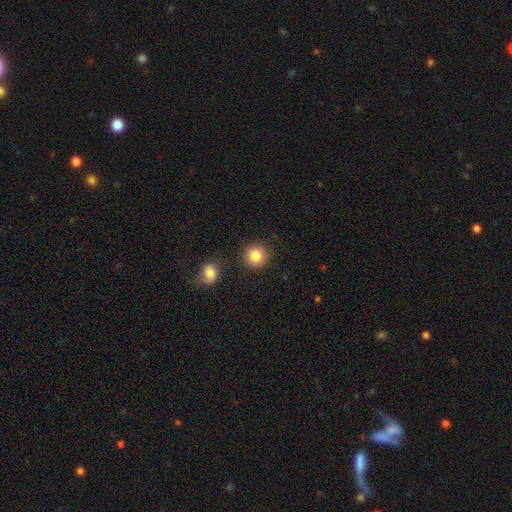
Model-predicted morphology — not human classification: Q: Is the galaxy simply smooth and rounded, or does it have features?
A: smooth — 85%.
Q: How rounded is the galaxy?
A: round — 92%.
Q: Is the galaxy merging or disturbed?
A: none — 86%.